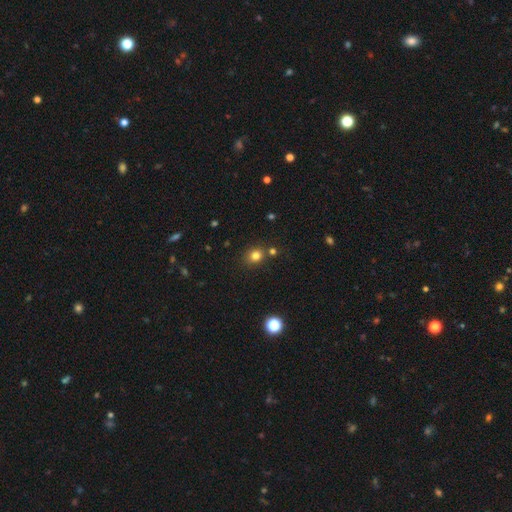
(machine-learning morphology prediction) smooth-or-featured: smooth: 78% | star or artifact: 16% | featured or disk: 6%
  how-rounded: round: 76% | in between: 23% | cigar-shaped: 1%
  merging: none: 78% | minor disturbance: 10% | merger: 9% | major disturbance: 3%